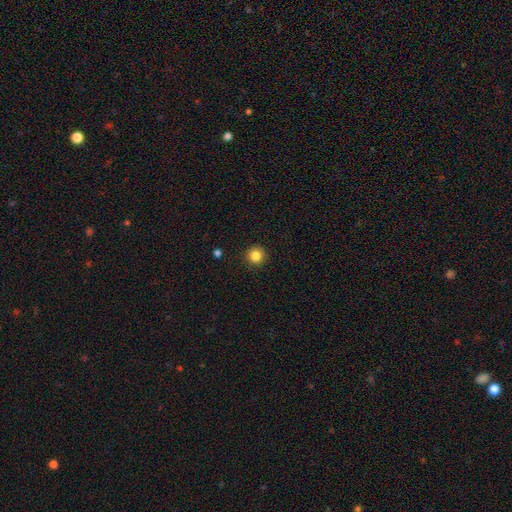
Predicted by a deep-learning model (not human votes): This appears to be a smooth galaxy with no disk features (84%) that is round (95%). Merging: none (92%).